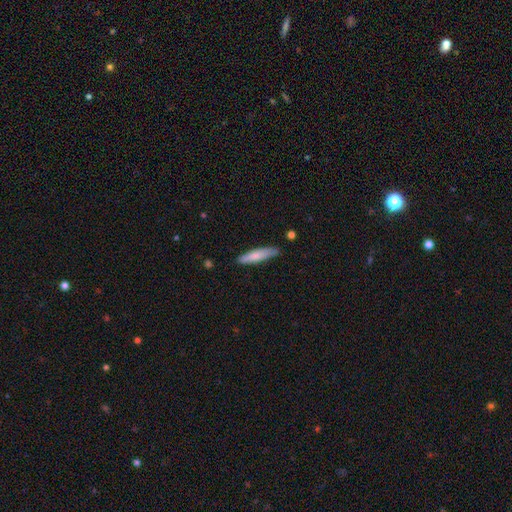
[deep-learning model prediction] Smooth or featured?
  - smooth: 73% *
  - featured or disk: 21%
  - star or artifact: 5%
How rounded?
  - cigar-shaped: 85% *
  - in between: 14%
  - round: 1%
Merging?
  - none: 84% *
  - minor disturbance: 13%
  - major disturbance: 2%
  - merger: 2%